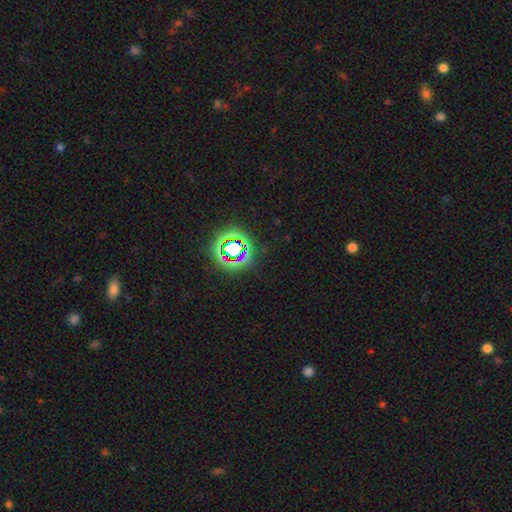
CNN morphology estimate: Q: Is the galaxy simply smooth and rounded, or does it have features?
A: star or artifact — 77%.